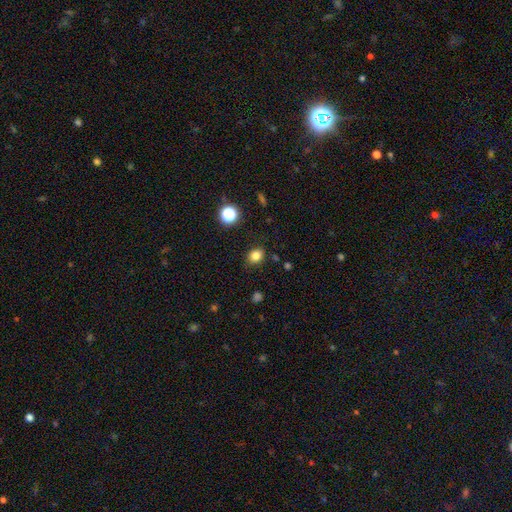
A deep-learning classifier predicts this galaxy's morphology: Smooth or featured? smooth (82%)
How rounded? round (52%)
Merging? none (85%)